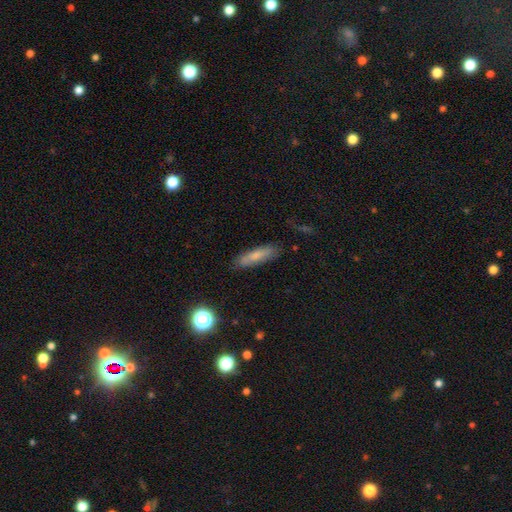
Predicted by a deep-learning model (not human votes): A smooth galaxy with no disk features (75%) that is cigar-shaped (70%).

Vote fractions:
- Smooth or featured? smooth: 75% / featured or disk: 17% / star or artifact: 8%
- How rounded? cigar-shaped: 70% / in between: 28% / round: 2%
- Merging? none: 82% / minor disturbance: 13% / major disturbance: 3% / merger: 2%